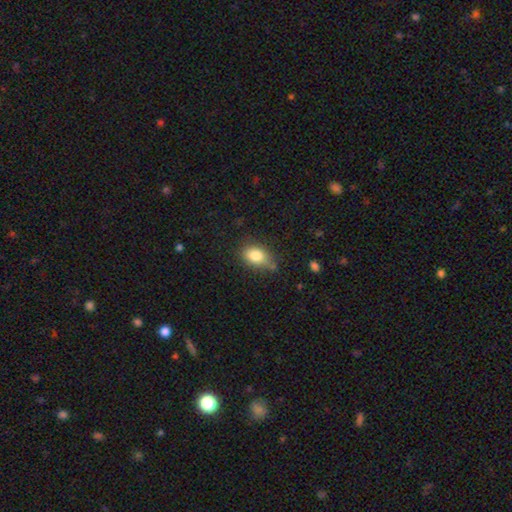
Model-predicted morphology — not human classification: type=smooth (83%); roundness=in between (80%); merging=none (63%).